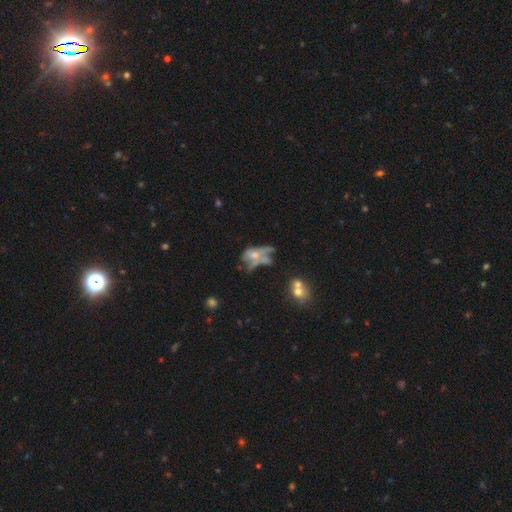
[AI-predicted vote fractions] The model was most divided on "merging": major disturbance: 35%, merger: 29%, none: 21%, minor disturbance: 15%. More confident: edge-on disk — no (92%); smooth or featured — featured or disk (54%).